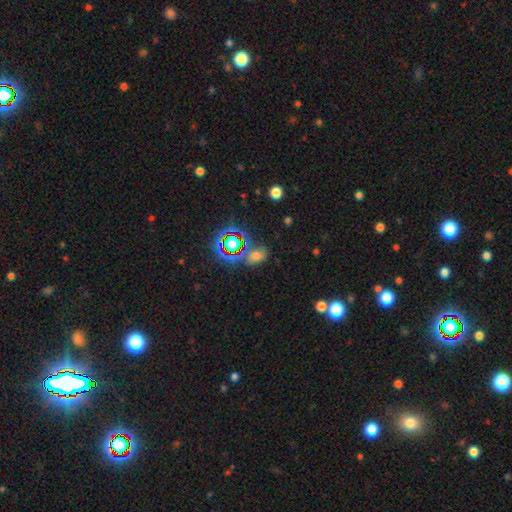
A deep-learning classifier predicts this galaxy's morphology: Q: Smooth or featured?
A: smooth (56%); runner-up: star or artifact (34%)
Q: How rounded?
A: in between (73%); runner-up: round (25%)
Q: Merging?
A: none (66%); runner-up: minor disturbance (17%)